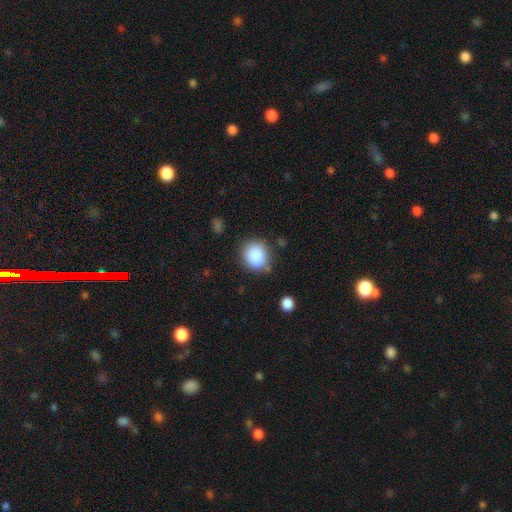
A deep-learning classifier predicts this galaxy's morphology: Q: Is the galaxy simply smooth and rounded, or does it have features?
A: smooth — 88%.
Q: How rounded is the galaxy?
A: round — 73%.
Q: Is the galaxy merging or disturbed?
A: none — 74%.